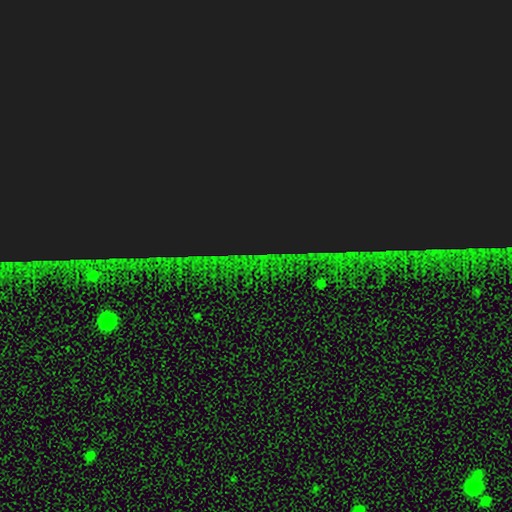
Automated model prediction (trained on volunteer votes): Smooth or featured? Predicted: star or artifact (p=0.86).